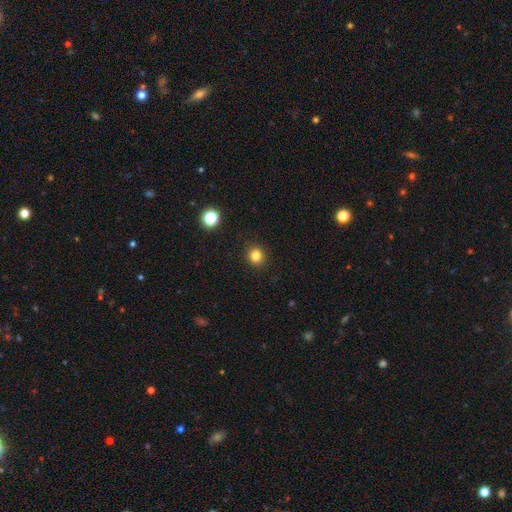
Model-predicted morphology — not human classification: Overall: smooth (82%). How rounded: round (88%). Merging: none (91%).